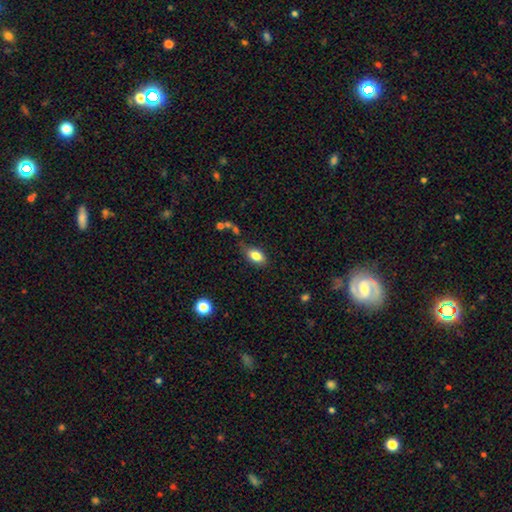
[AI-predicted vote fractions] A smooth galaxy with no disk features (82%) that is in between round and cigar-shaped (88%). Merging: none (67%).